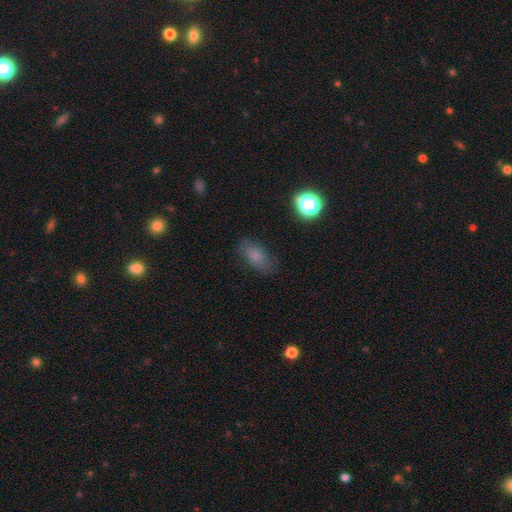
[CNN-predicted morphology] A smooth galaxy with no disk features (70%) that is in between round and cigar-shaped (87%).

Vote fractions:
- Smooth or featured? smooth: 70% / featured or disk: 16% / star or artifact: 14%
- How rounded? in between: 87% / round: 8% / cigar-shaped: 5%
- Merging? none: 74% / minor disturbance: 19% / major disturbance: 6% / merger: 2%